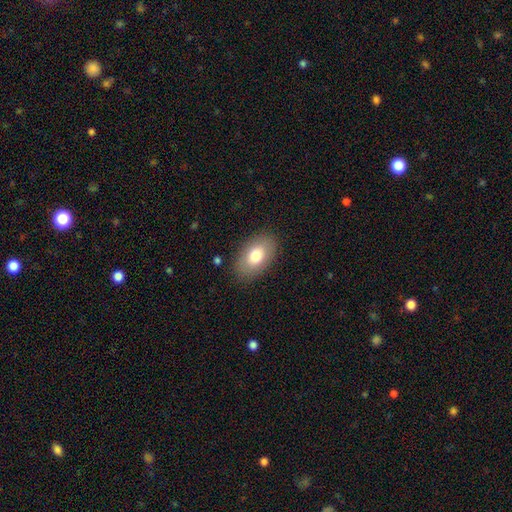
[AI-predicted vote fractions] A smooth galaxy with no disk features (77%) that is in between round and cigar-shaped (91%).

Vote fractions:
- Smooth or featured? smooth: 77% / featured or disk: 16% / star or artifact: 7%
- How rounded? in between: 91% / round: 8% / cigar-shaped: 1%
- Merging? none: 85% / minor disturbance: 10% / major disturbance: 3% / merger: 1%